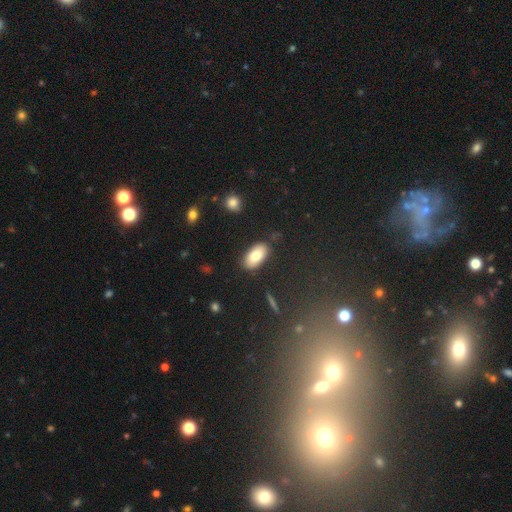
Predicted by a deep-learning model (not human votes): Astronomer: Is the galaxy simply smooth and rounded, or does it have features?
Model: smooth — 80%.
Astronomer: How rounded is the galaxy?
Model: in between — 93%.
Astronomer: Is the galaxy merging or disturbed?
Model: none — 85%.